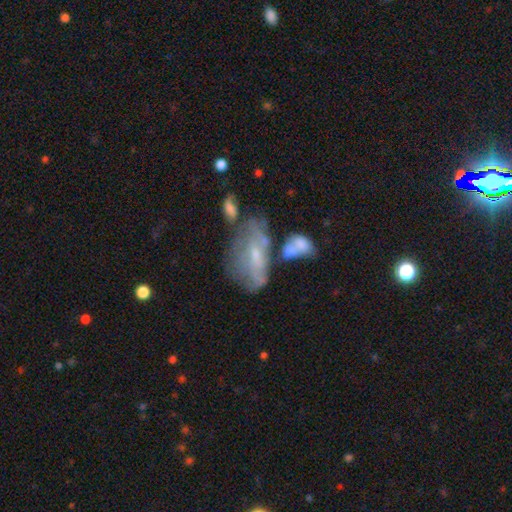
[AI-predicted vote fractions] A featured or disk galaxy (60%) with no bar (61%), no spiral arms (54%) and a small central bulge (65%).

Vote fractions:
- Smooth or featured? featured or disk: 60% / smooth: 30% / star or artifact: 10%
- Edge-on disk? no: 93% / yes: 7%
- Bar? no: 61% / weak: 31% / strong: 9%
- Spiral arms? no: 54% / yes: 46%
- Bulge size? small: 65% / moderate: 25% / none: 8% / large: 2% / dominant: 1%
- Merging? none: 30% / merger: 29% / major disturbance: 21% / minor disturbance: 20%